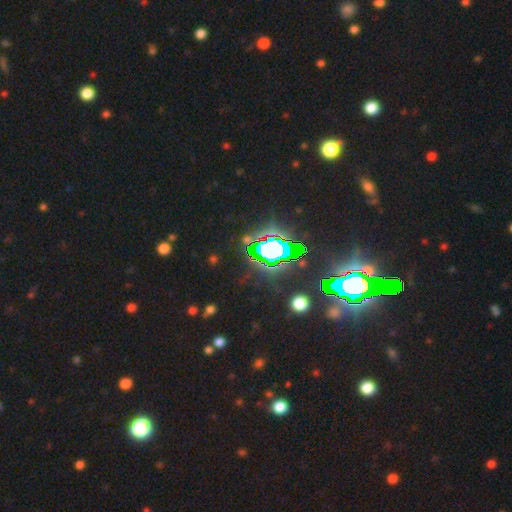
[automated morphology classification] Smooth or featured? Predicted: star or artifact (p=0.82).